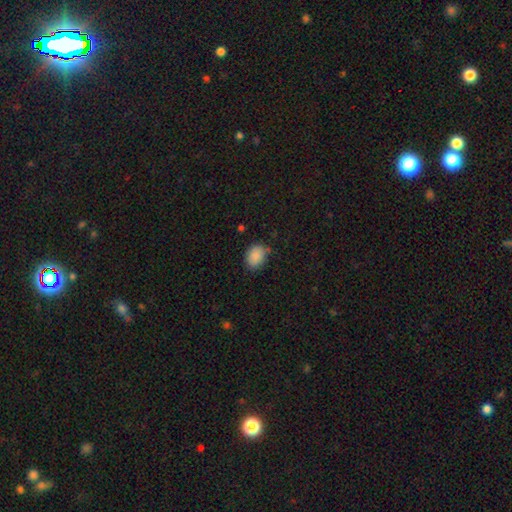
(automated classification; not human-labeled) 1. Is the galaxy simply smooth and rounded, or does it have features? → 88% smooth, 8% star or artifact, 4% featured or disk.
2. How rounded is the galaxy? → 69% in between, 30% round, 1% cigar-shaped.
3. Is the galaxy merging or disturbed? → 75% none, 19% minor disturbance, 4% major disturbance, 2% merger.